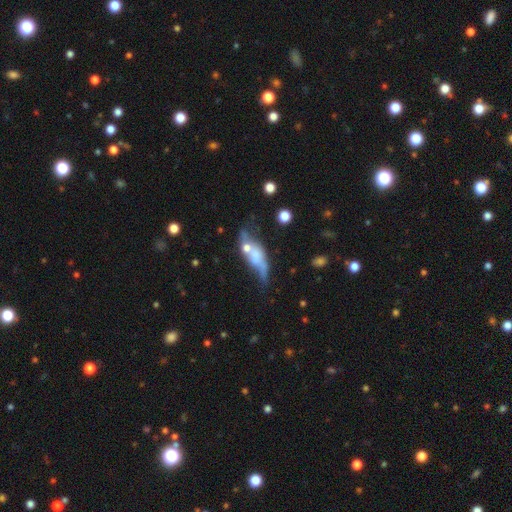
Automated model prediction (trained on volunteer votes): Morphology: type=featured or disk (48%); merging=merger (29%).